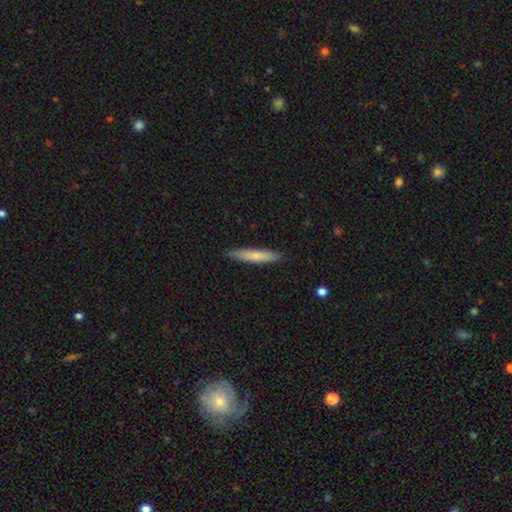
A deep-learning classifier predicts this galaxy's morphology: The model was most divided on "smooth or featured": smooth: 72%, featured or disk: 22%, star or artifact: 5%. More confident: how rounded — cigar-shaped (92%); merging — none (89%).